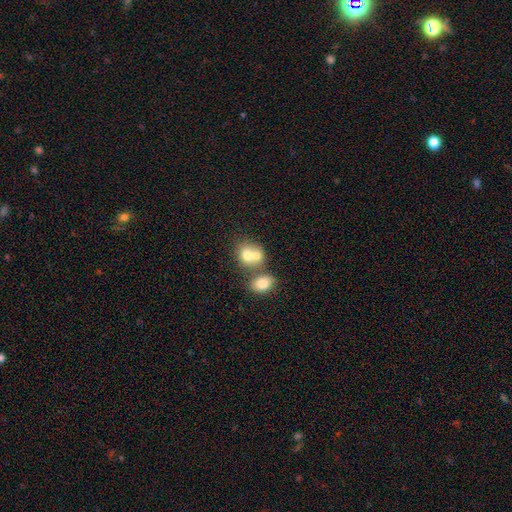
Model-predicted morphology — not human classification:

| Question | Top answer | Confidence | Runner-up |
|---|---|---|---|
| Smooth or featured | smooth | 71% | featured or disk (20%) |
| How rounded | round | 63% | in between (36%) |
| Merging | merger | 63% | none (27%) |